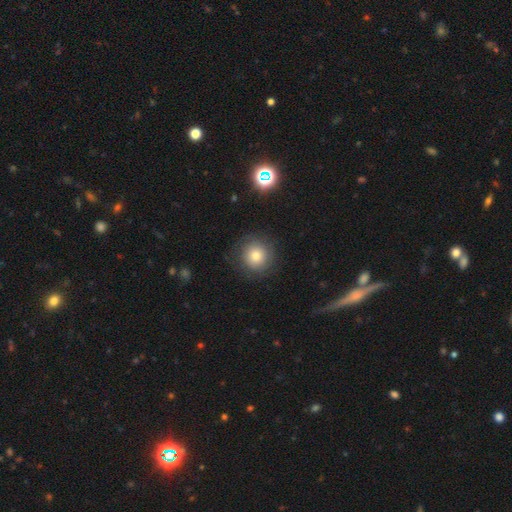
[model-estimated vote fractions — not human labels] This appears to be a smooth galaxy with no disk features (76%) that is round (94%). Merging: none (84%).